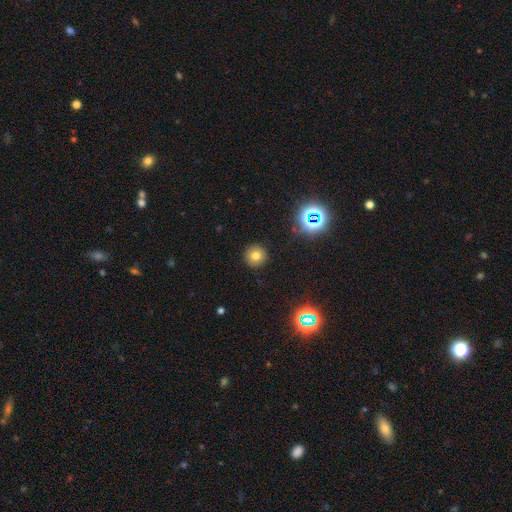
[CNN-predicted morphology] This is likely a smooth galaxy (72%). How rounded: clearly round (95%). Merging: clearly none (92%).